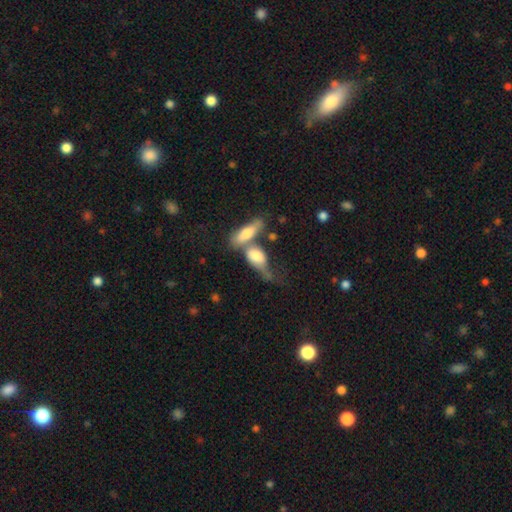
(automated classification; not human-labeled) Smooth or featured?
  - smooth: 67% *
  - featured or disk: 26%
  - star or artifact: 8%
How rounded?
  - in between: 75% *
  - cigar-shaped: 18%
  - round: 7%
Merging?
  - merger: 61% *
  - none: 16%
  - major disturbance: 12%
  - minor disturbance: 11%